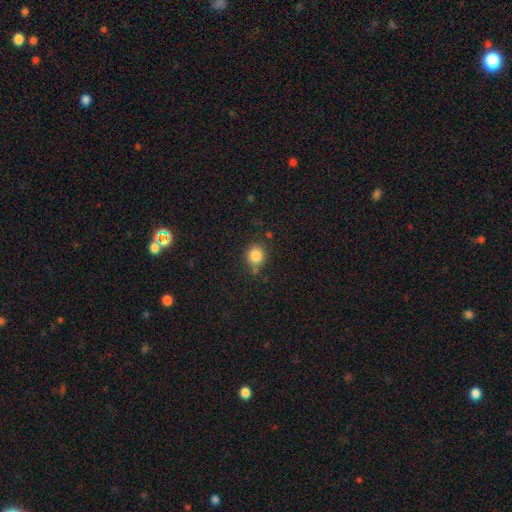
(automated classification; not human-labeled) A smooth galaxy with no disk features (85%) that is round (85%). Merging: none (76%).